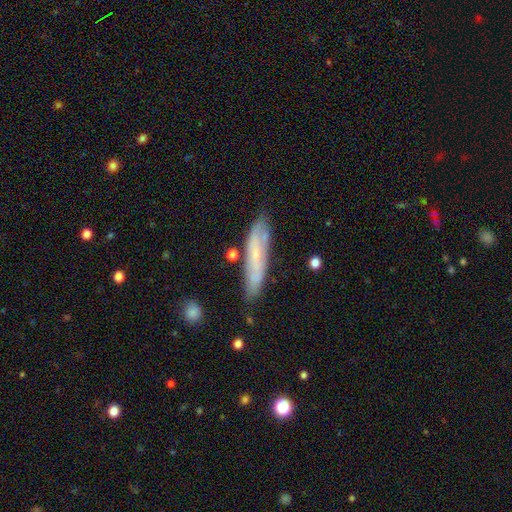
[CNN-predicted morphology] A featured or disk galaxy (54%).

Vote fractions:
- Smooth or featured? featured or disk: 54% / smooth: 38% / star or artifact: 8%
- Edge-on disk? no: 56% / yes: 44%
- Merging? none: 73% / minor disturbance: 19% / major disturbance: 4% / merger: 4%